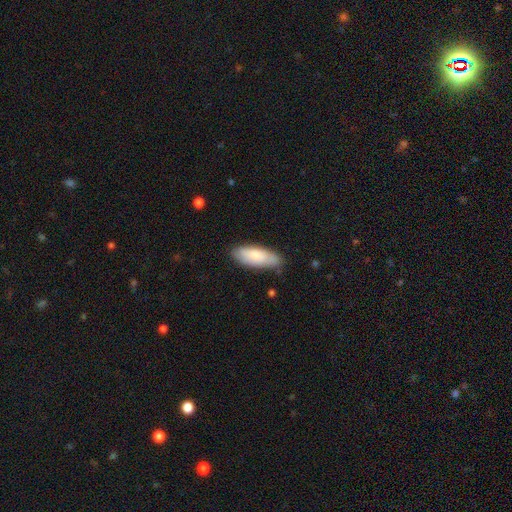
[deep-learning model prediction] smooth-or-featured: smooth: 80% | featured or disk: 14% | star or artifact: 6%
  how-rounded: in between: 73% | cigar-shaped: 26% | round: 2%
  merging: none: 76% | minor disturbance: 19% | major disturbance: 3% | merger: 2%